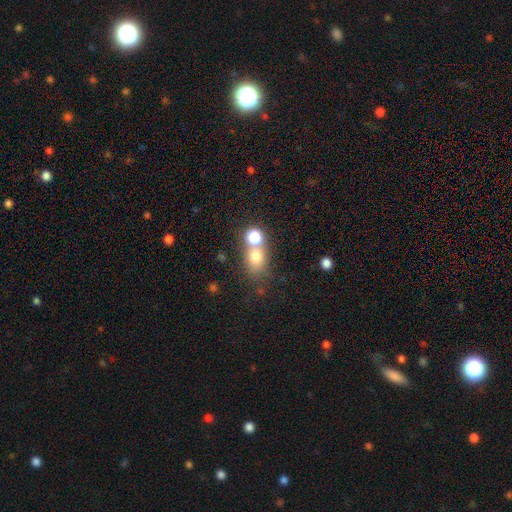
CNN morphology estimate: This is likely a smooth galaxy (72%). How rounded: possibly round (54%). Merging: possibly none (45%).